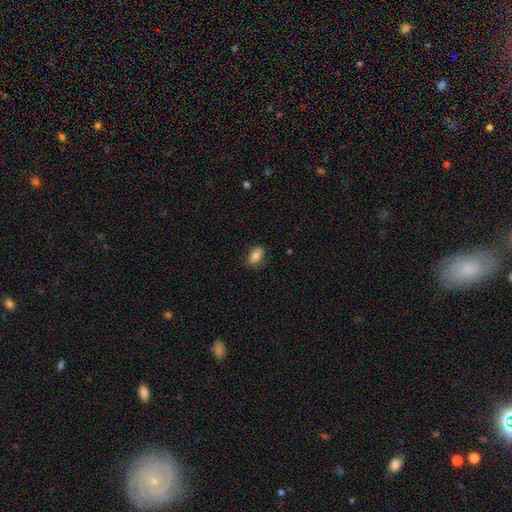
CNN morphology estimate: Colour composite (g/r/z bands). It shows a smooth galaxy with no disk features (82%) that is in between round and cigar-shaped (89%). Merging: none (84%).